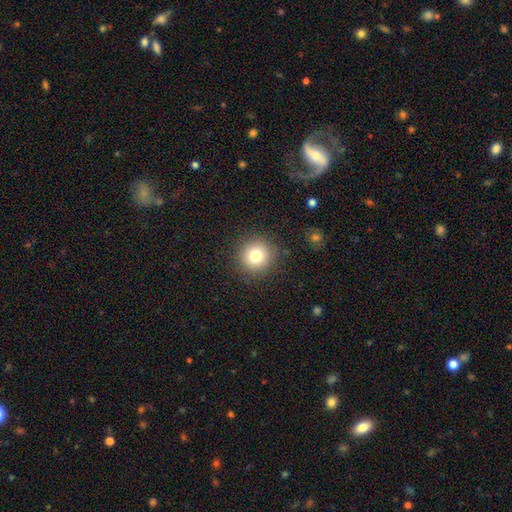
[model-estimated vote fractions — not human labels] A smooth galaxy with no disk features (79%) that is round (94%). Merging: none (89%).